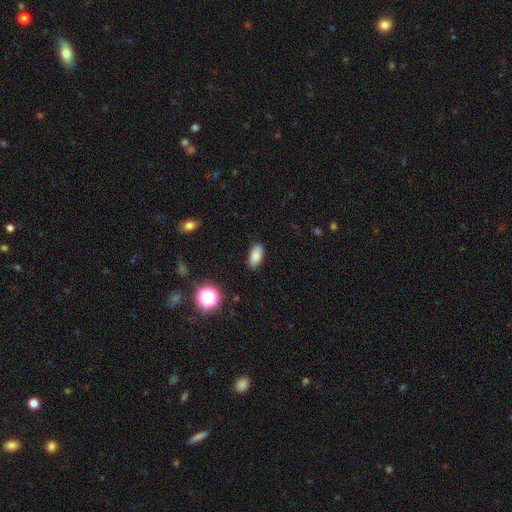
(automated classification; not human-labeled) Smooth or featured: smooth — 84% (star or artifact — 10%)
How rounded: in between — 92% (round — 4%)
Merging: none — 86% (minor disturbance — 11%)